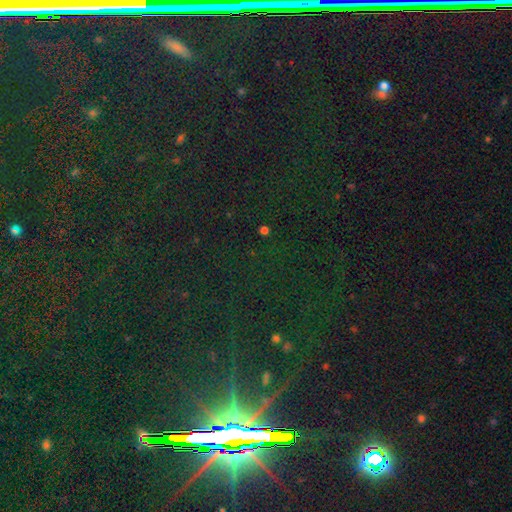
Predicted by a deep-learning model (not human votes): Morphology: type=star or artifact (82%).